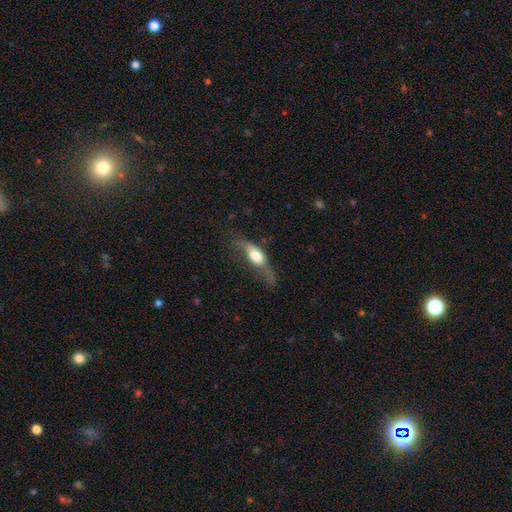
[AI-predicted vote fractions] Smooth or featured? Predicted: smooth (p=0.51). How rounded? Predicted: in between (p=0.58). Merging? Predicted: major disturbance (p=0.34).